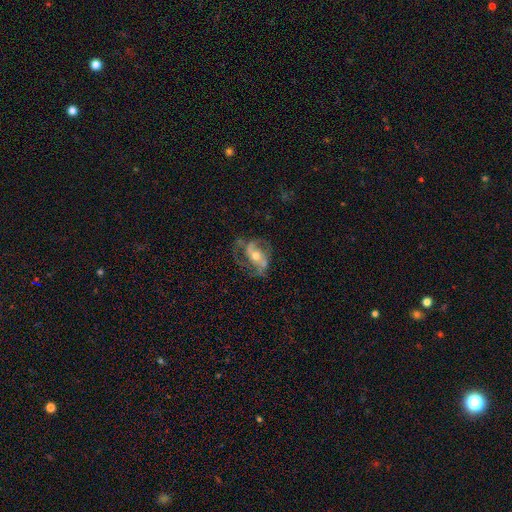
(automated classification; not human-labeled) This appears to be a featured or disk galaxy (78%) with no bar (38%), 2 (72%) medium (47%) spiral arms (86%) and a moderate central bulge (66%). Merging: none (52%).